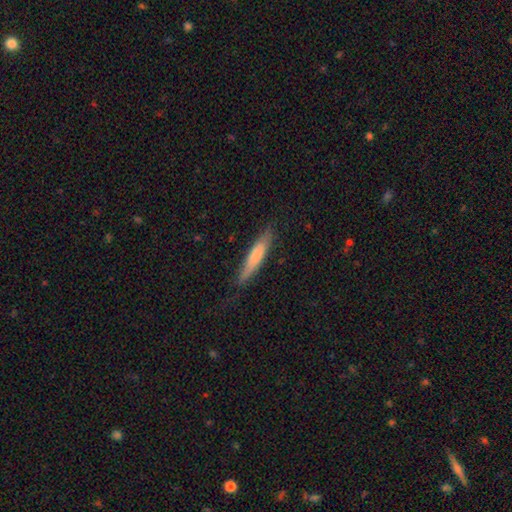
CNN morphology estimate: type=smooth (69%); roundness=cigar-shaped (89%); merging=none (81%).